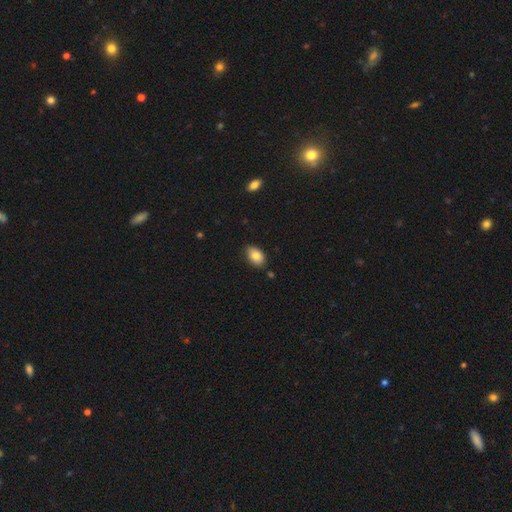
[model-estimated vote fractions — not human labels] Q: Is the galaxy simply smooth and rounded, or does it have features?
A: smooth — 84%.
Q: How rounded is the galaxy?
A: in between — 90%.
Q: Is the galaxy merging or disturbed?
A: none — 81%.